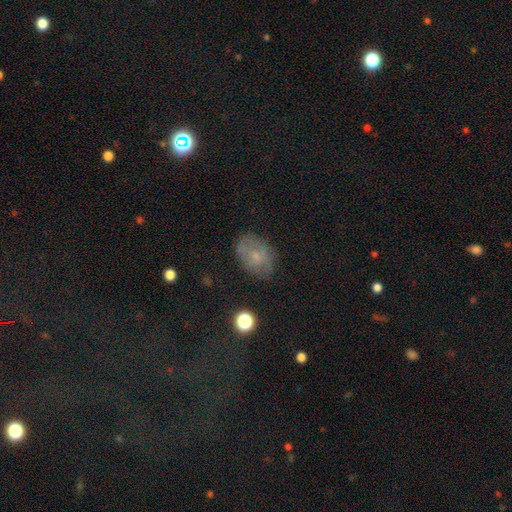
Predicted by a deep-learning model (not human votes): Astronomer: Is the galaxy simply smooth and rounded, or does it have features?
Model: smooth — 59%.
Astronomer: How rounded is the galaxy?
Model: in between — 75%.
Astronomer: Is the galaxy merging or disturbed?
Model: none — 70%.